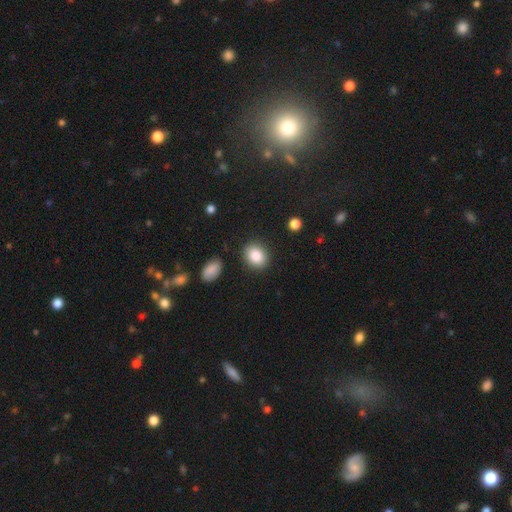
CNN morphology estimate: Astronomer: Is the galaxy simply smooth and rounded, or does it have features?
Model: smooth — 87%.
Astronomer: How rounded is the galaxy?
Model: in between — 56% (runner-up: round, 43%).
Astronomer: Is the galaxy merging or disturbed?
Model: none — 86%.